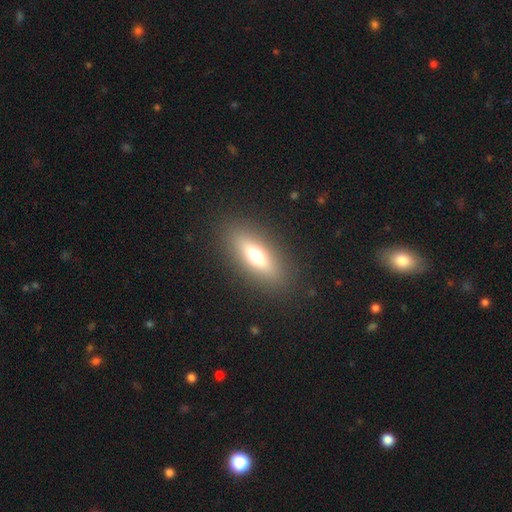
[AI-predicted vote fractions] Smooth or featured? smooth (61%)
How rounded? in between (61%)
Merging? none (88%)